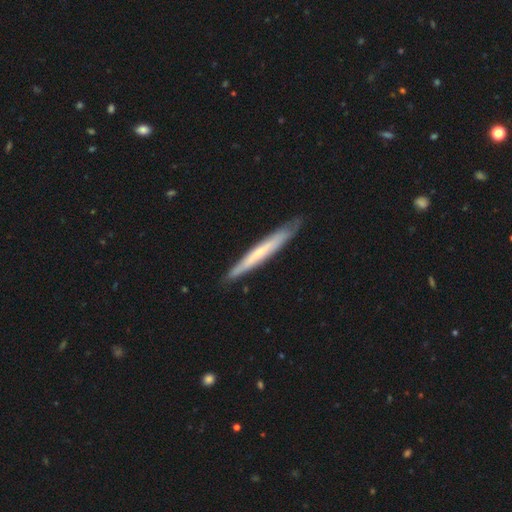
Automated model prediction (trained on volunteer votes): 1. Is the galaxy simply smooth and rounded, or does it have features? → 49% featured or disk, 45% smooth, 6% star or artifact.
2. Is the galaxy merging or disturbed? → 86% none, 11% minor disturbance, 2% major disturbance, 1% merger.